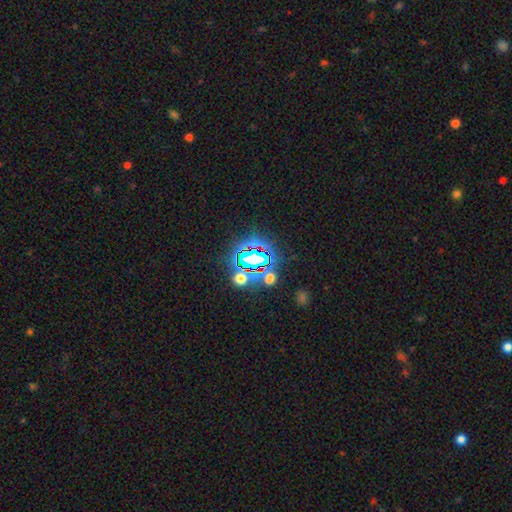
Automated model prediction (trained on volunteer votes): Smooth or featured? star or artifact (71%)